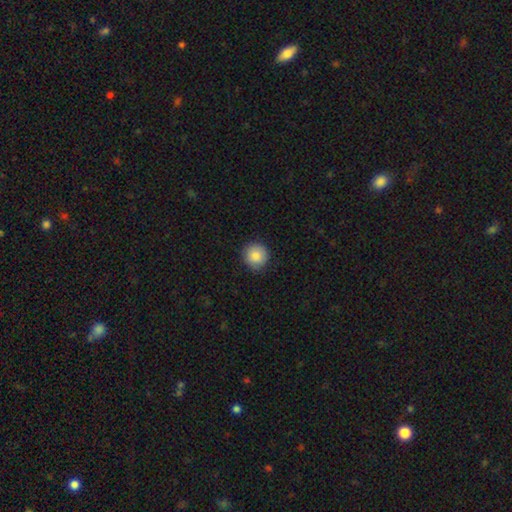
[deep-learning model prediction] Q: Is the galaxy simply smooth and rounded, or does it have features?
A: smooth — 86%.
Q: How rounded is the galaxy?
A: round — 94%.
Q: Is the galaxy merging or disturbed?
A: none — 89%.